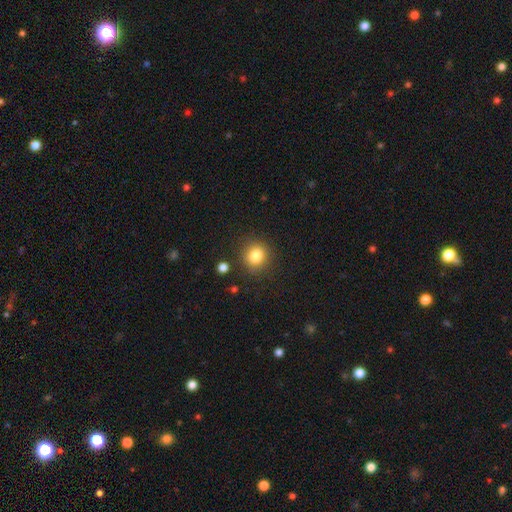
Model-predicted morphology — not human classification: Smooth or featured?
  - smooth: 83% *
  - star or artifact: 11%
  - featured or disk: 6%
How rounded?
  - round: 85% *
  - in between: 14%
  - cigar-shaped: 1%
Merging?
  - none: 86% *
  - minor disturbance: 8%
  - major disturbance: 3%
  - merger: 3%